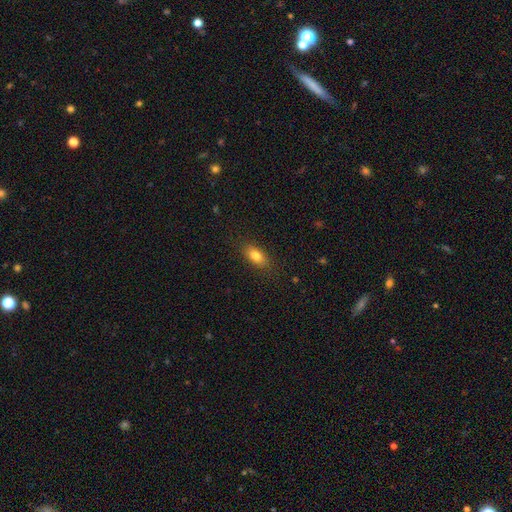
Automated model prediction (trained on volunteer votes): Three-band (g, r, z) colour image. It shows a smooth galaxy with no disk features (80%) that is in between round and cigar-shaped (84%). Merging: none (85%).